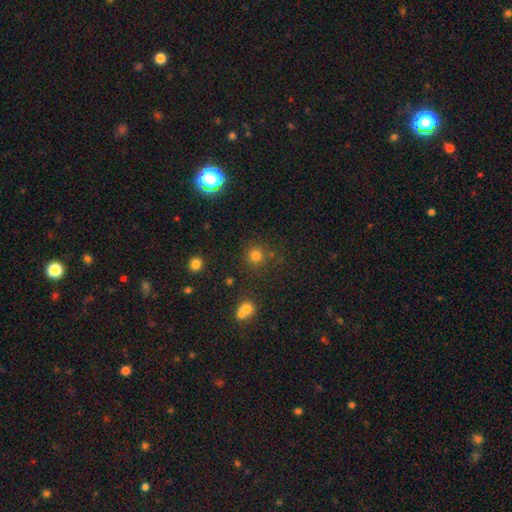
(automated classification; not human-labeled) This appears to be a smooth galaxy with no disk features (75%) that is round (91%). Merging: none (77%).